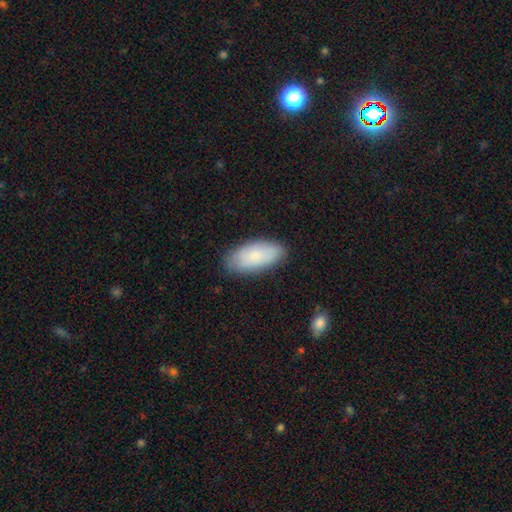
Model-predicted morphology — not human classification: Smooth or featured? smooth (81%)
How rounded? in between (92%)
Merging? none (83%)